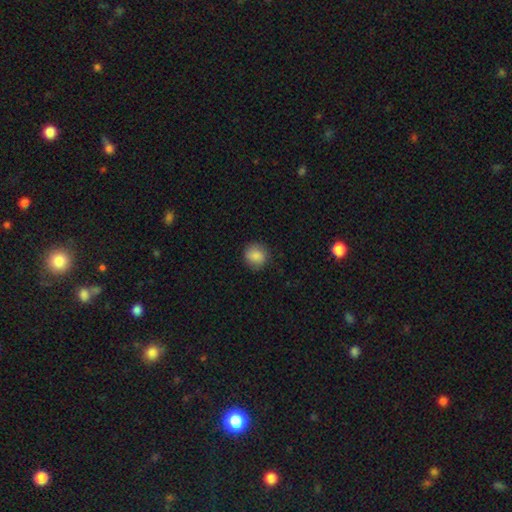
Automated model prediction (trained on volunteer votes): Smooth or featured? smooth (86%)
How rounded? round (84%)
Merging? none (84%)